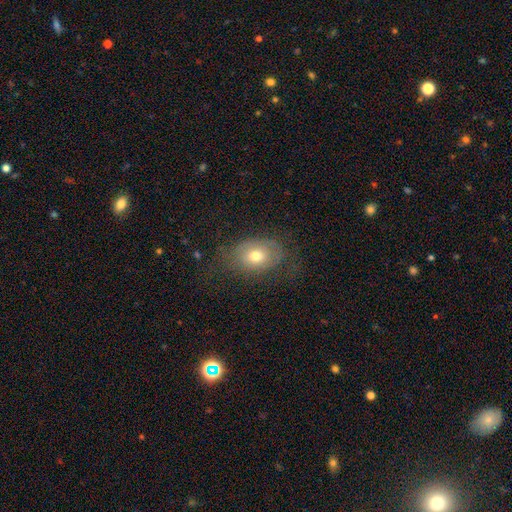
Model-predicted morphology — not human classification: Smooth or featured? Predicted: smooth (p=0.64). How rounded? Predicted: in between (p=0.73). Merging? Predicted: none (p=0.61).